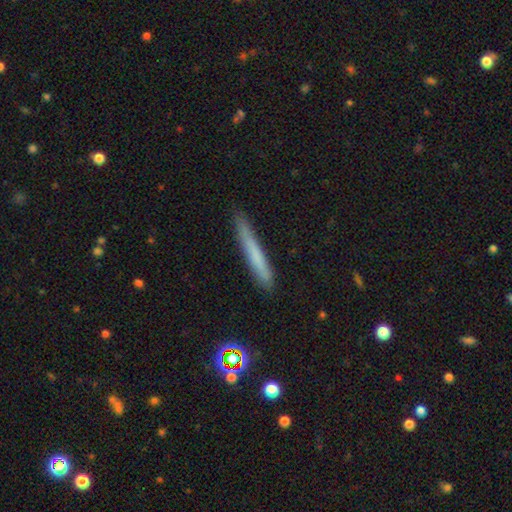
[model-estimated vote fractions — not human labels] Smooth or featured? smooth (65%)
How rounded? cigar-shaped (96%)
Merging? none (83%)